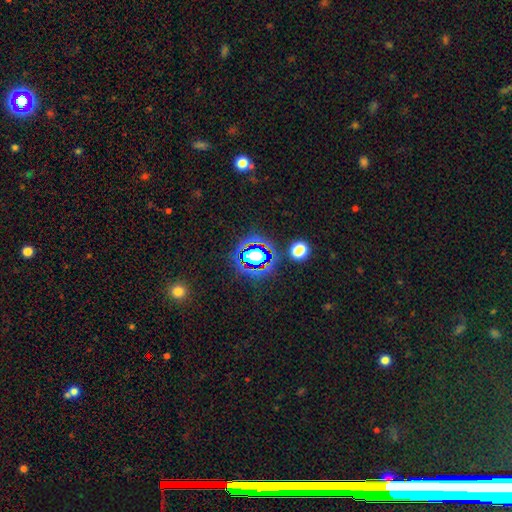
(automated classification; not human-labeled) star or artifact 57%, smooth 30%, featured or disk 13%.